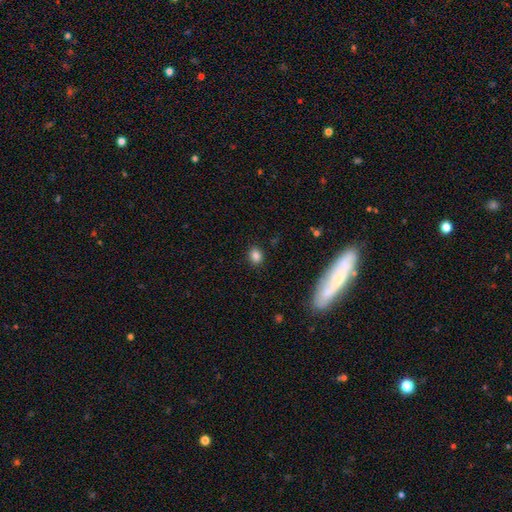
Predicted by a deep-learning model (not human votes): Q: Smooth or featured?
A: smooth (83%); runner-up: star or artifact (12%)
Q: How rounded?
A: round (55%); runner-up: in between (44%)
Q: Merging?
A: none (89%); runner-up: minor disturbance (8%)